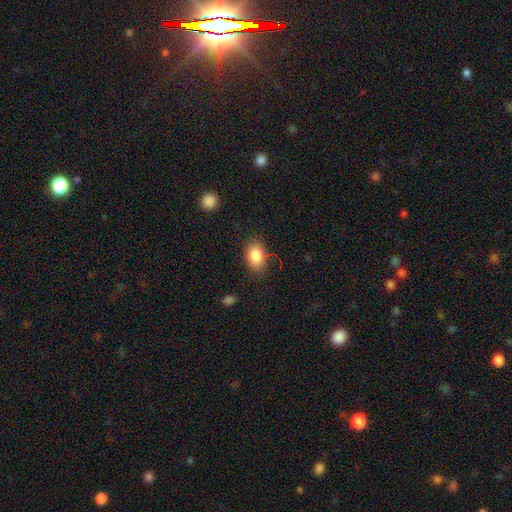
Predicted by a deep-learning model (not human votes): Morphology: type=smooth (88%); roundness=in between (86%); merging=none (83%).